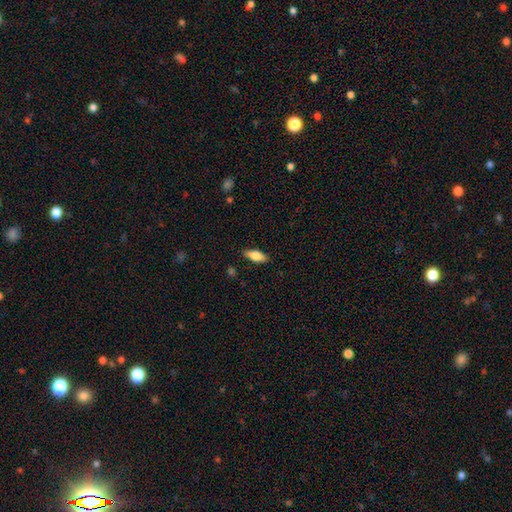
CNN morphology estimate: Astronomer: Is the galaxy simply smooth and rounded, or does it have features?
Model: smooth — 72%.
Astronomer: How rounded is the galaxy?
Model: in between — 76%.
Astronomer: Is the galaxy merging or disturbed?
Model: none — 87%.